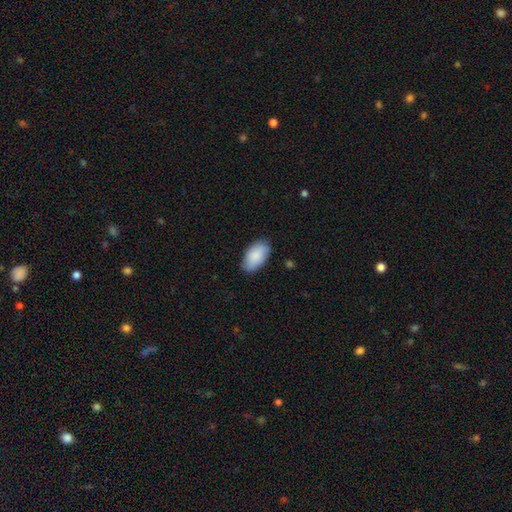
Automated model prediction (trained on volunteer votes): Q: Smooth or featured?
A: smooth (88%); runner-up: featured or disk (7%)
Q: How rounded?
A: in between (95%); runner-up: round (3%)
Q: Merging?
A: none (82%); runner-up: minor disturbance (15%)